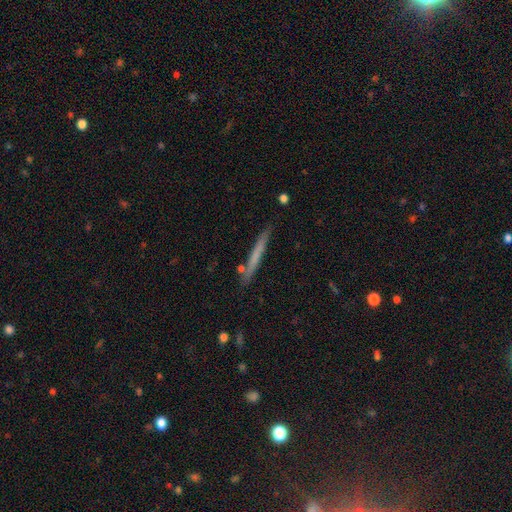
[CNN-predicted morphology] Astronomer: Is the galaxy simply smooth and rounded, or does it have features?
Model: smooth — 57% (runner-up: featured or disk, 37%).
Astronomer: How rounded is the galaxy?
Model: cigar-shaped — 96%.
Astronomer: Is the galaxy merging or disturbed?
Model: none — 86%.